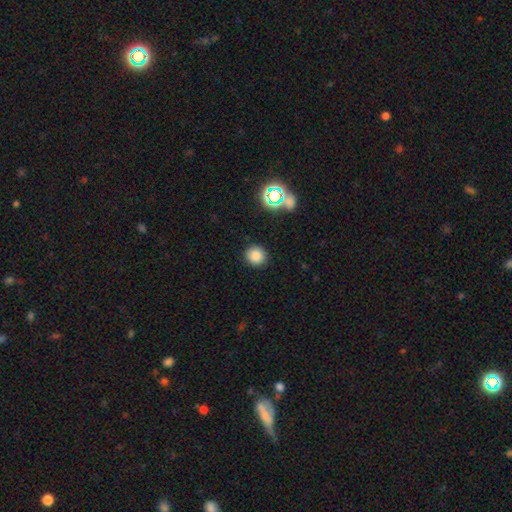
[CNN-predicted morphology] Smooth or featured?
  - smooth: 80% *
  - star or artifact: 15%
  - featured or disk: 5%
How rounded?
  - round: 92% *
  - in between: 7%
  - cigar-shaped: 1%
Merging?
  - none: 90% *
  - minor disturbance: 6%
  - major disturbance: 2%
  - merger: 2%